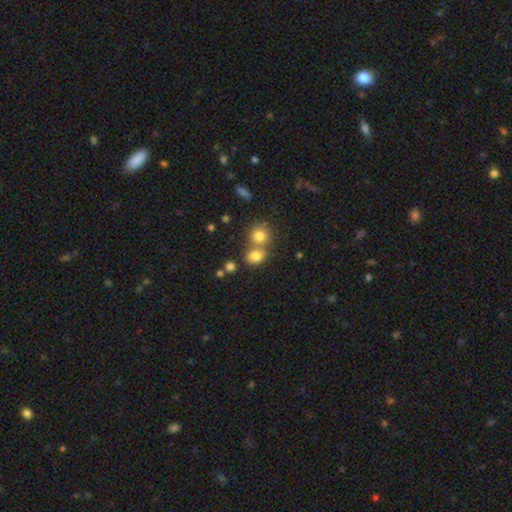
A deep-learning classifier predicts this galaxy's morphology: Smooth or featured? smooth (79%)
How rounded? round (53%)
Merging? none (43%, tied with merger)